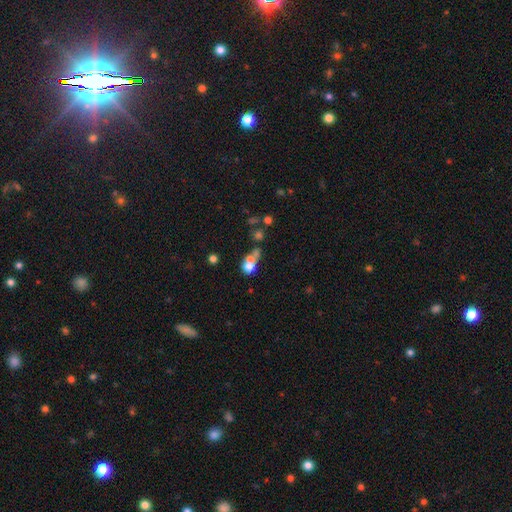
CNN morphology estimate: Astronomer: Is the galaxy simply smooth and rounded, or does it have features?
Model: star or artifact — 48% (runner-up: smooth, 34%).